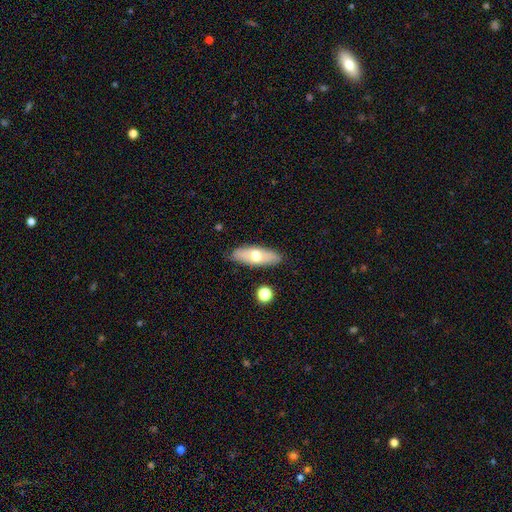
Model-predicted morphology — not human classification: A smooth galaxy with no disk features (58%) that is in between round and cigar-shaped (68%).

Vote fractions:
- Smooth or featured? smooth: 58% / featured or disk: 35% / star or artifact: 7%
- How rounded? in between: 68% / cigar-shaped: 29% / round: 3%
- Merging? none: 85% / minor disturbance: 11% / major disturbance: 2% / merger: 2%